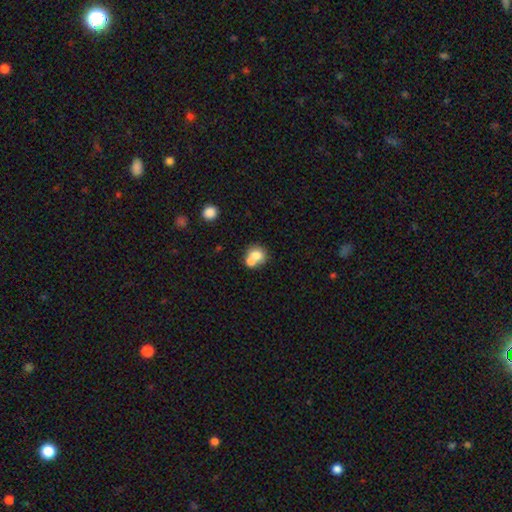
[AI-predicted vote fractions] This appears to be a smooth galaxy with no disk features (72%) that is round (77%). Merging: merger (53%).